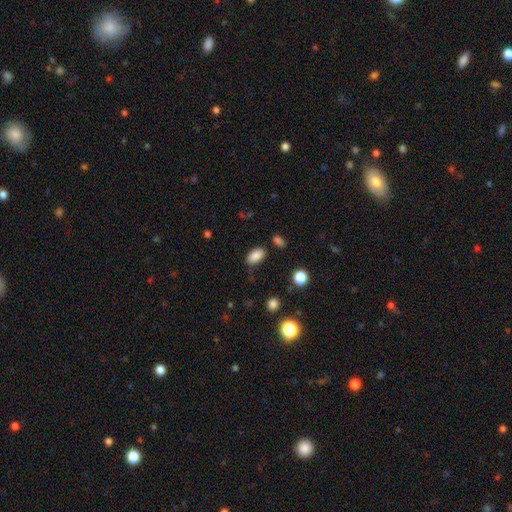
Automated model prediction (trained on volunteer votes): This is clearly a smooth galaxy (86%). How rounded: clearly in between (92%). Merging: likely none (77%).